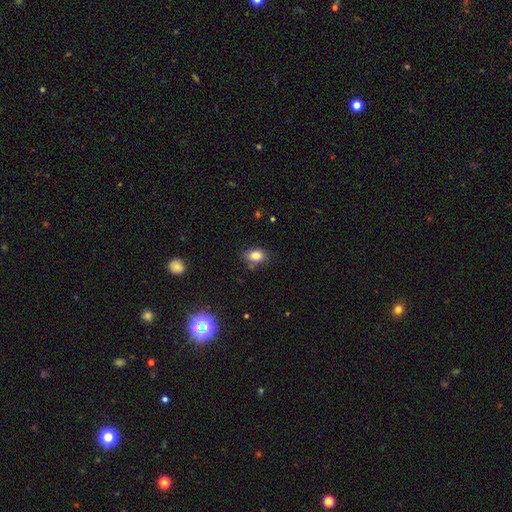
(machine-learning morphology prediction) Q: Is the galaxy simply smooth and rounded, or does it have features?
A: smooth — 82%.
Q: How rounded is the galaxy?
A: in between — 78%.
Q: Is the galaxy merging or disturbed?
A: none — 74%.